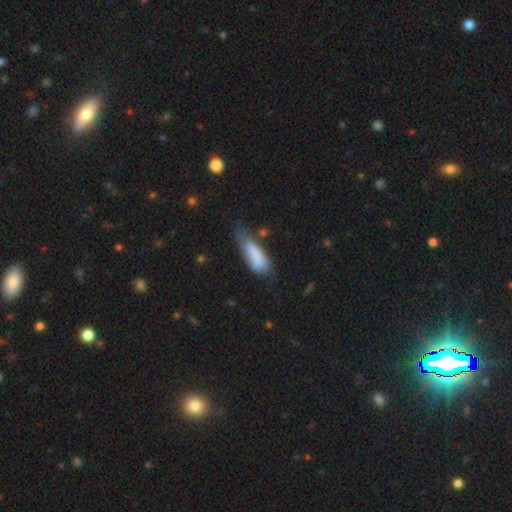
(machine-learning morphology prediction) smooth_or_featured: smooth (p=0.76) [alt: featured or disk p=0.17]
how_rounded: in between (p=0.63) [alt: cigar-shaped p=0.35]
merging: minor disturbance (p=0.40) [alt: none p=0.30]